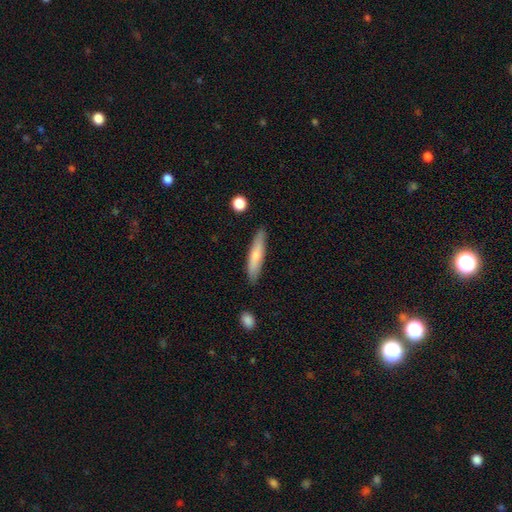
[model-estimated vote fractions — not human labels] Smooth or featured? Predicted: smooth (p=0.69). How rounded? Predicted: cigar-shaped (p=0.84). Merging? Predicted: none (p=0.86).